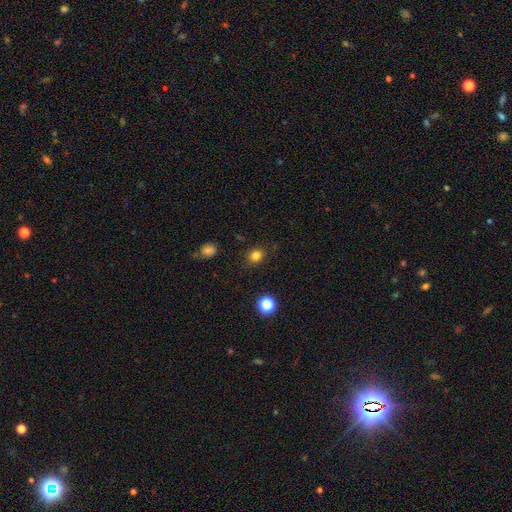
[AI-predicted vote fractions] Smooth or featured?
  - smooth: 81% *
  - star or artifact: 14%
  - featured or disk: 6%
How rounded?
  - round: 72% *
  - in between: 27%
  - cigar-shaped: 1%
Merging?
  - none: 87% *
  - minor disturbance: 9%
  - major disturbance: 3%
  - merger: 1%